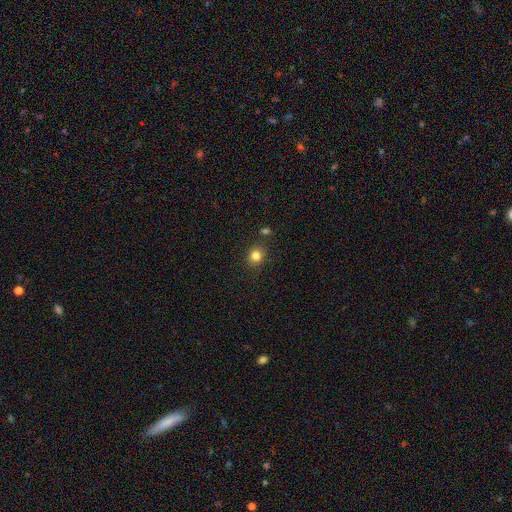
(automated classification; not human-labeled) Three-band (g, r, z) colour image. It shows a smooth galaxy with no disk features (81%) that is round (78%). Merging: none (83%).